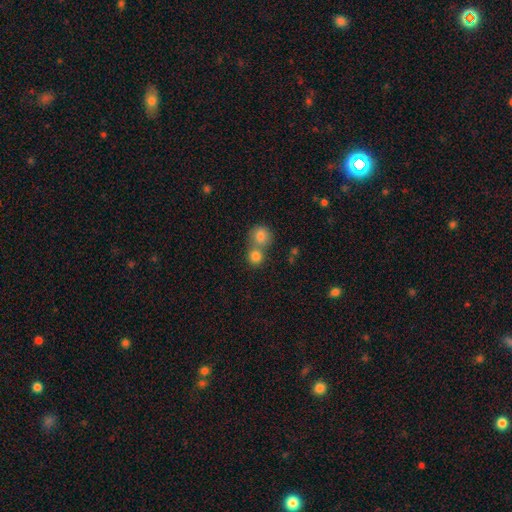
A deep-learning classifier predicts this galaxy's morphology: Smooth or featured? smooth (82%)
How rounded? round (86%)
Merging? merger (50%)